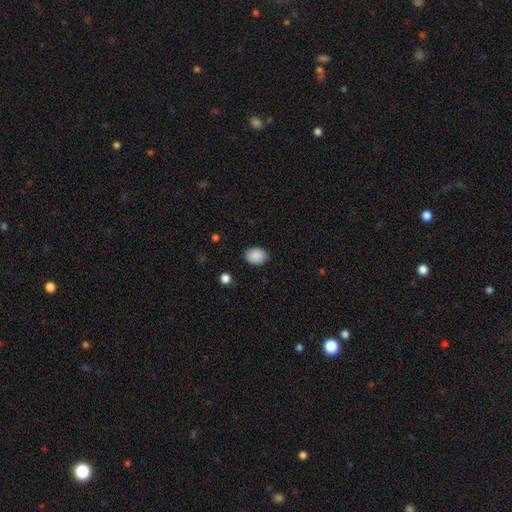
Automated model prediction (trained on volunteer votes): This is clearly a smooth galaxy (89%). How rounded: likely in between (69%). Merging: clearly none (86%).